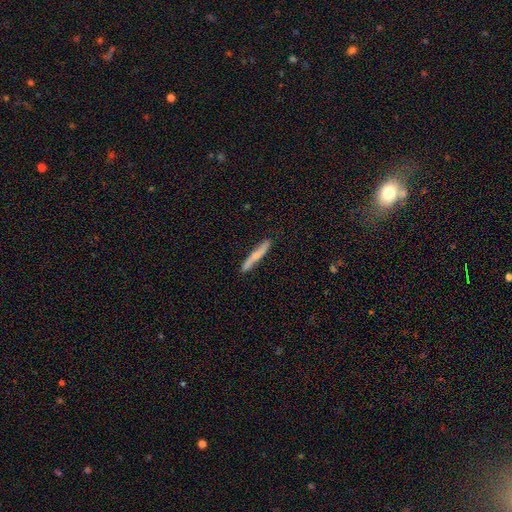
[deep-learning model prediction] Overall: smooth (53%; featured or disk 41%). How rounded: cigar-shaped (94%). Merging: none (85%).